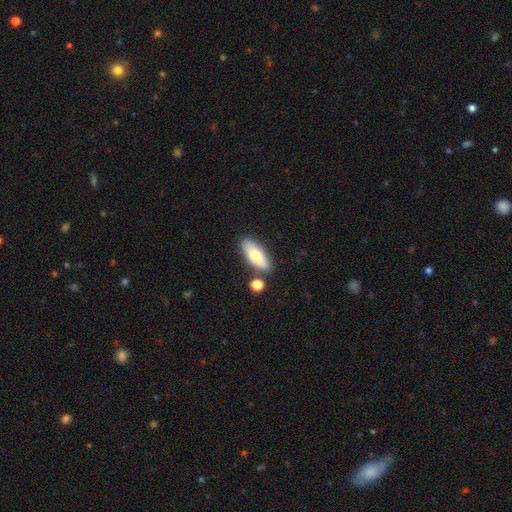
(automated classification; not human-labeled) This appears to be a smooth galaxy with no disk features (71%) that is in between round and cigar-shaped (77%). Merging: none (77%).